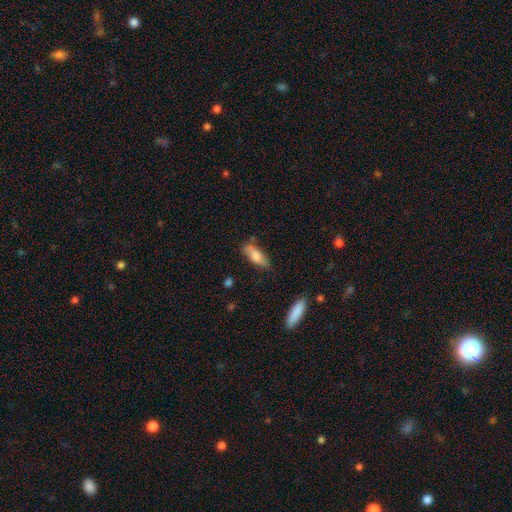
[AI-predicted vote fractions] smooth-or-featured: smooth: 76% | featured or disk: 17% | star or artifact: 7%
  how-rounded: in between: 67% | cigar-shaped: 31% | round: 2%
  merging: none: 69% | minor disturbance: 22% | merger: 5% | major disturbance: 5%